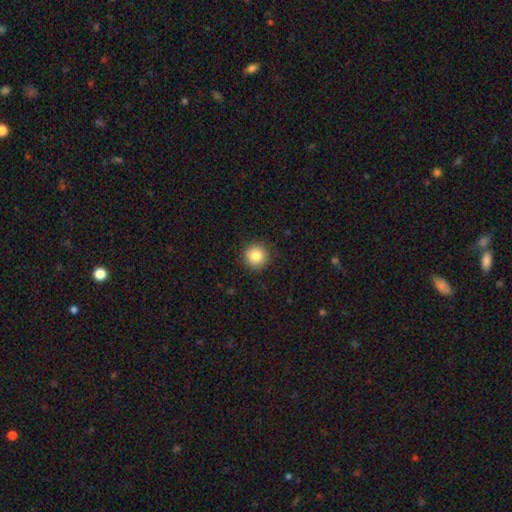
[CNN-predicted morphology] smooth 85%, star or artifact 10%, featured or disk 6%. Down the decision tree: how rounded — round (95%); merging — none (91%).